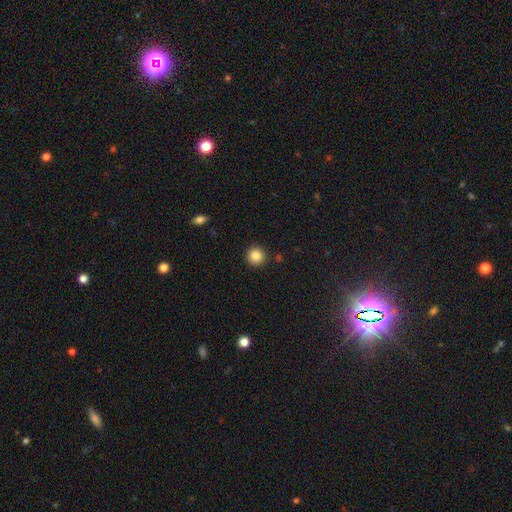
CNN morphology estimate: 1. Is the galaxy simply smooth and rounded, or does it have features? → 86% smooth, 10% star or artifact, 4% featured or disk.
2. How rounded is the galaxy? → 95% round, 4% in between, 1% cigar-shaped.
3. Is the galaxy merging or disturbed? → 92% none, 5% minor disturbance, 2% major disturbance, 1% merger.